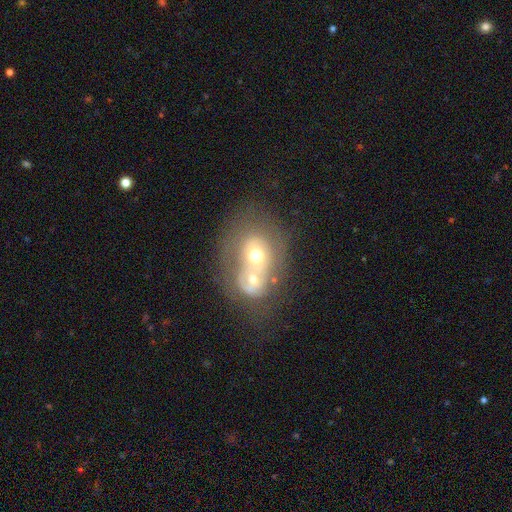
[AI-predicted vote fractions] smooth-or-featured: featured or disk: 45% | smooth: 44% | star or artifact: 10%
  merging: merger: 75% | none: 11% | major disturbance: 8% | minor disturbance: 6%